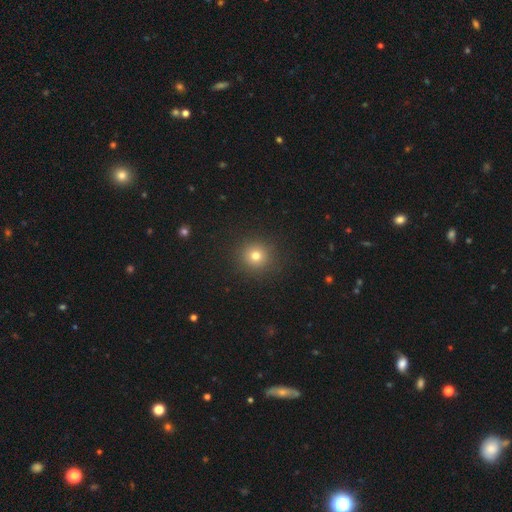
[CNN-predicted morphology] smooth_or_featured: smooth (p=0.77) [alt: star or artifact p=0.16]
how_rounded: round (p=0.93) [alt: in between p=0.06]
merging: none (p=0.90) [alt: minor disturbance p=0.06]